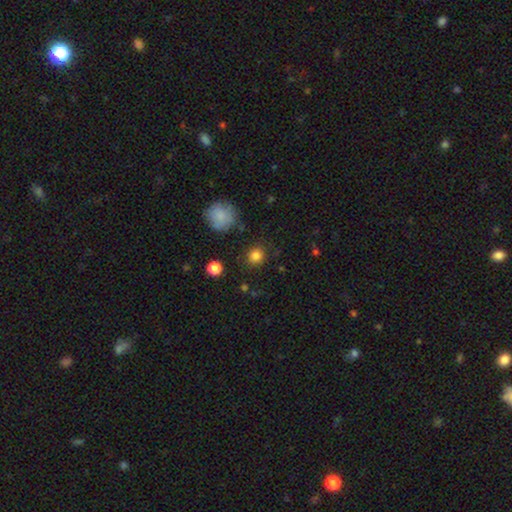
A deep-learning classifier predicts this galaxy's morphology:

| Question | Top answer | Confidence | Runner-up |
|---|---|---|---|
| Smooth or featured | smooth | 83% | star or artifact (12%) |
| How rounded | round | 84% | in between (15%) |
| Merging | none | 84% | minor disturbance (10%) |